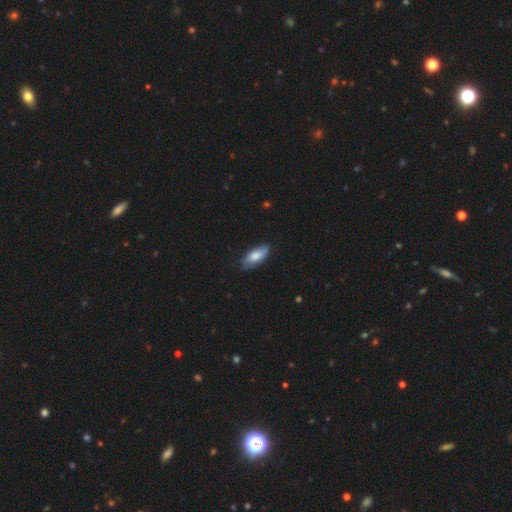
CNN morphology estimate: Smooth or featured?
  - smooth: 68% *
  - featured or disk: 26%
  - star or artifact: 6%
How rounded?
  - in between: 84% *
  - cigar-shaped: 14%
  - round: 2%
Merging?
  - none: 73% *
  - minor disturbance: 21%
  - major disturbance: 4%
  - merger: 1%